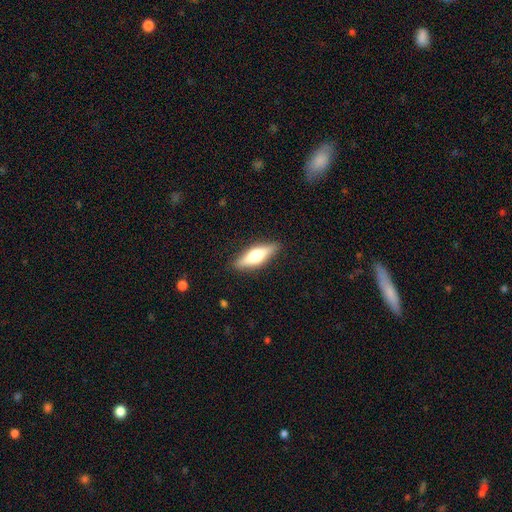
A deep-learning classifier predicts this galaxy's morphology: smooth-or-featured: featured or disk: 48% | smooth: 46% | star or artifact: 6%
  merging: none: 88% | minor disturbance: 9% | major disturbance: 2% | merger: 1%